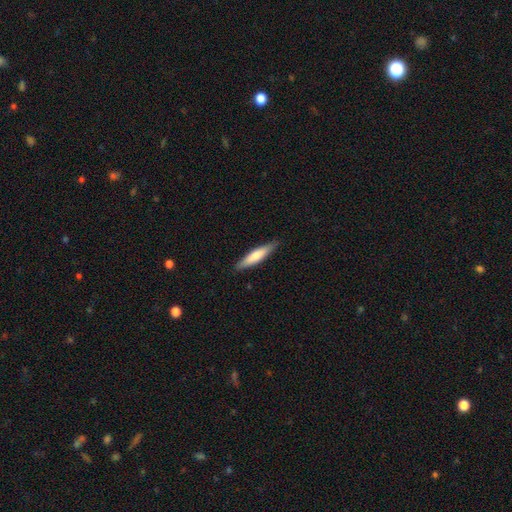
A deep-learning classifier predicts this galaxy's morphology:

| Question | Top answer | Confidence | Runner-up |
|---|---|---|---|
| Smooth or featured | smooth | 68% | featured or disk (27%) |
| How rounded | cigar-shaped | 83% | in between (15%) |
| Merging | none | 88% | minor disturbance (10%) |